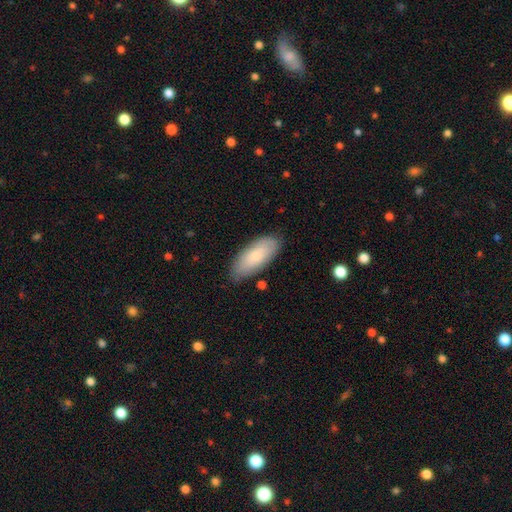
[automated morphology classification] Q: Smooth or featured?
A: smooth (80%); runner-up: featured or disk (14%)
Q: How rounded?
A: in between (84%); runner-up: cigar-shaped (15%)
Q: Merging?
A: none (81%); runner-up: minor disturbance (14%)